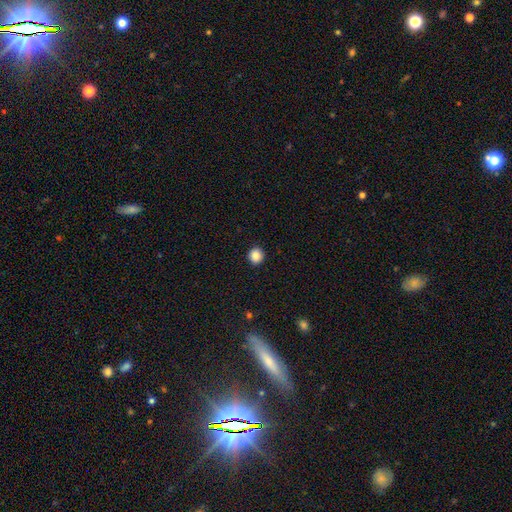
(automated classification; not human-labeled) Smooth or featured?
  - smooth: 86% *
  - star or artifact: 10%
  - featured or disk: 4%
How rounded?
  - round: 92% *
  - in between: 7%
  - cigar-shaped: 1%
Merging?
  - none: 93% *
  - minor disturbance: 4%
  - major disturbance: 1%
  - merger: 1%